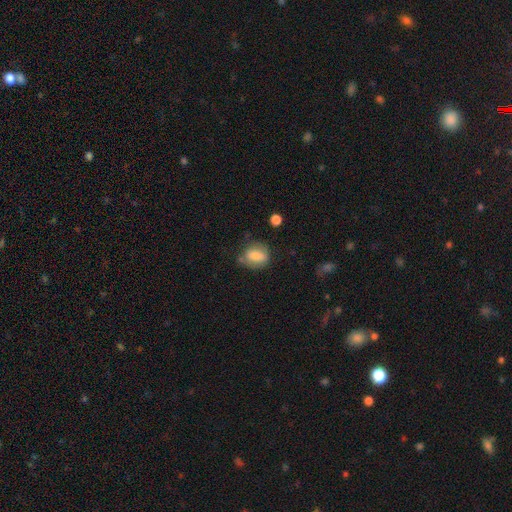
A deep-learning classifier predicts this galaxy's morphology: This appears to be a smooth galaxy with no disk features (74%) that is in between round and cigar-shaped (63%). Merging: none (60%).